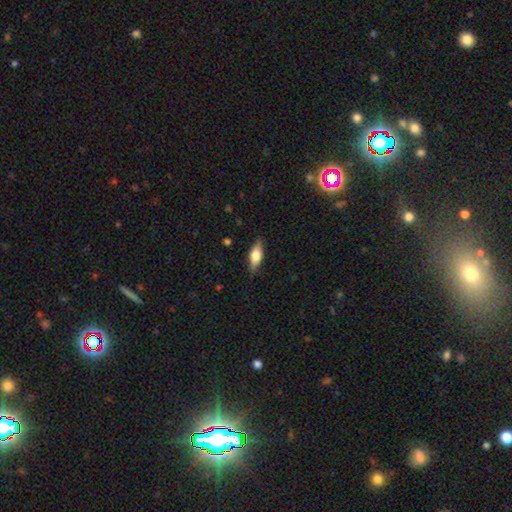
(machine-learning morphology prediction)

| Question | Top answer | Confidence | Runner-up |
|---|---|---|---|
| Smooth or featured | smooth | 62% | featured or disk (31%) |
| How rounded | in between | 70% | cigar-shaped (27%) |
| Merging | none | 84% | minor disturbance (12%) |